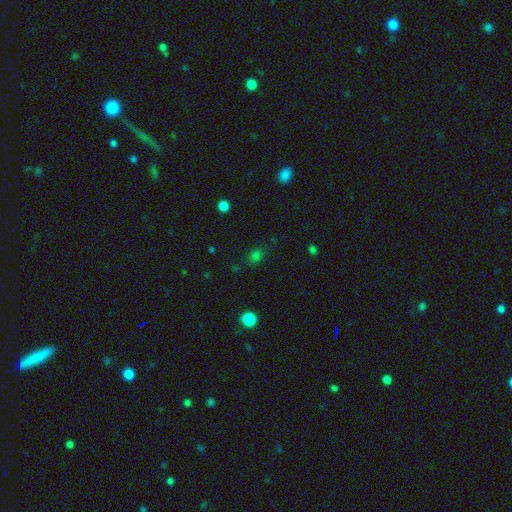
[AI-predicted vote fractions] Smooth or featured? smooth (66%)
How rounded? in between (49%, tied with round)
Merging? none (73%)